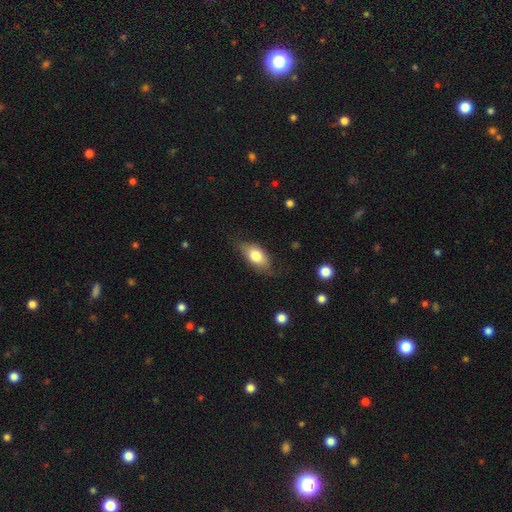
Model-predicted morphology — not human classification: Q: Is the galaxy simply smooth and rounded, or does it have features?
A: smooth — 75%.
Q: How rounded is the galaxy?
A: in between — 88%.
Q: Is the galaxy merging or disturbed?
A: none — 69%.